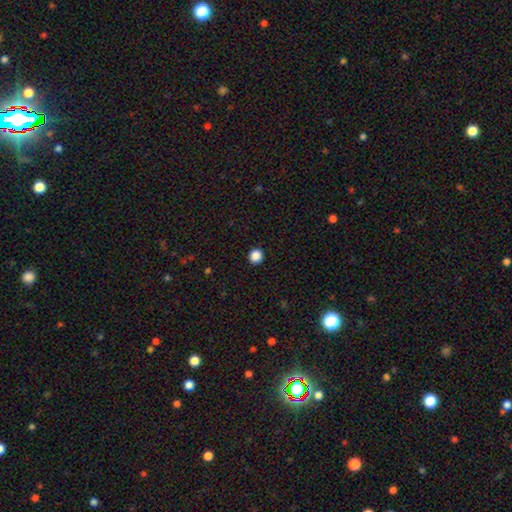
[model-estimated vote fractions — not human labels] Smooth or featured? Predicted: smooth (p=0.87). How rounded? Predicted: round (p=0.95). Merging? Predicted: none (p=0.94).